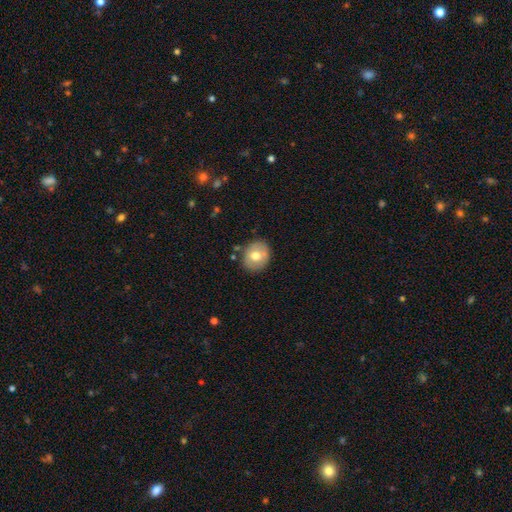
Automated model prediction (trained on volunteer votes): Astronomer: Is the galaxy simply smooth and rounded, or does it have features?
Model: smooth — 66%.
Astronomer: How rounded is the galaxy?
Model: round — 73%.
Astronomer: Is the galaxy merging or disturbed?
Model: none — 83%.